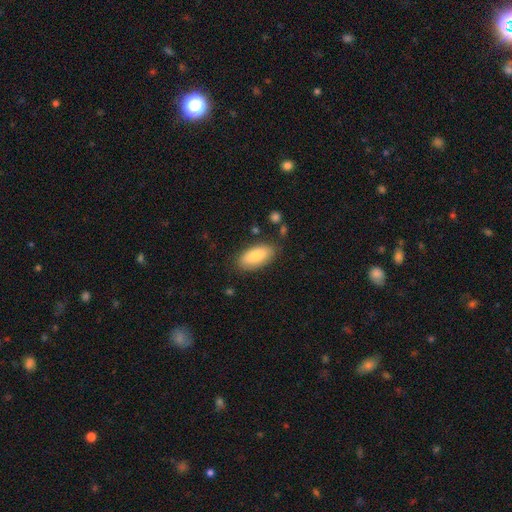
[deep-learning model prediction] This is clearly a smooth galaxy (83%). How rounded: clearly in between (89%). Merging: clearly none (82%).